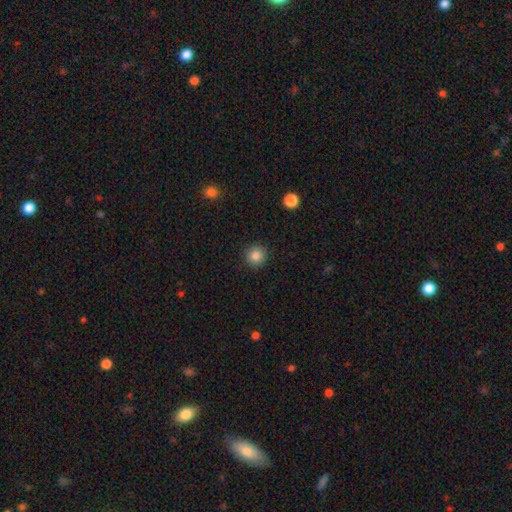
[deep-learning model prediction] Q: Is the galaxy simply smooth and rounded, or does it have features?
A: smooth — 84%.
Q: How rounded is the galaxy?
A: round — 94%.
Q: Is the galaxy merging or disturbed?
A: none — 92%.